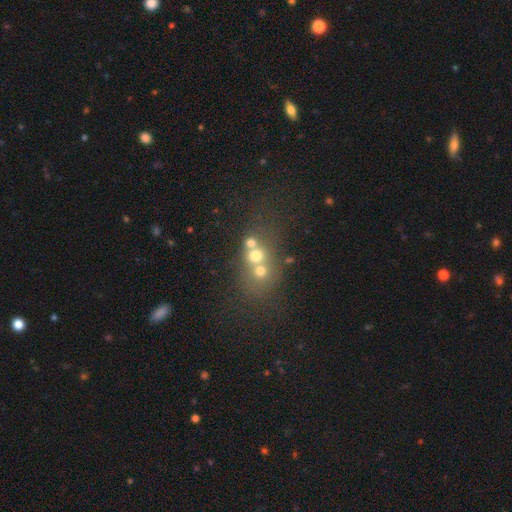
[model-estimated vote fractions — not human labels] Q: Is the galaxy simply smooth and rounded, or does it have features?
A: smooth — 60%.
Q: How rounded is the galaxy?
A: round — 74%.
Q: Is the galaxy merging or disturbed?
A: merger — 57%.